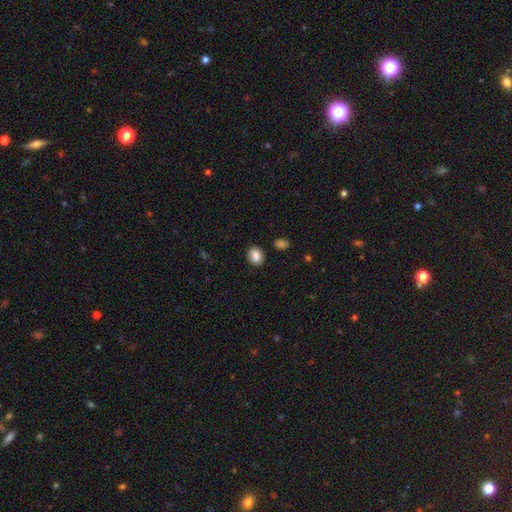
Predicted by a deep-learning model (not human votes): This is clearly a smooth galaxy (87%). How rounded: possibly in between (53%). Merging: clearly none (86%).